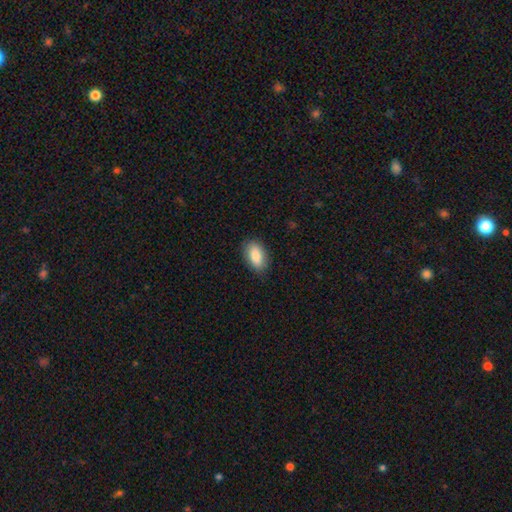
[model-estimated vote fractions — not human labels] A smooth galaxy with no disk features (87%) that is in between round and cigar-shaped (92%).

Vote fractions:
- Smooth or featured? smooth: 87% / featured or disk: 6% / star or artifact: 6%
- How rounded? in between: 92% / round: 5% / cigar-shaped: 3%
- Merging? none: 86% / minor disturbance: 11% / major disturbance: 3% / merger: 1%